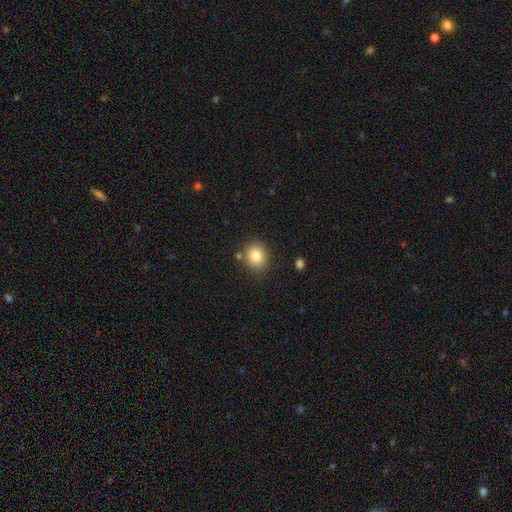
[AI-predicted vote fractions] Smooth or featured: smooth — 83% (star or artifact — 10%)
How rounded: round — 67% (in between — 32%)
Merging: none — 80% (minor disturbance — 12%)